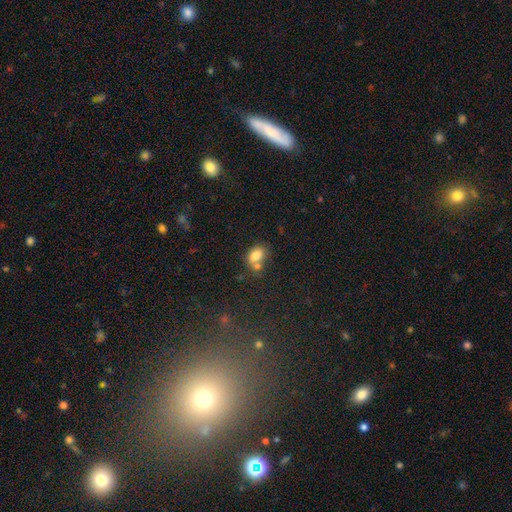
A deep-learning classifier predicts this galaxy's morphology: Q: Smooth or featured?
A: smooth (77%); runner-up: featured or disk (13%)
Q: How rounded?
A: in between (77%); runner-up: round (21%)
Q: Merging?
A: merger (42%); runner-up: none (39%)